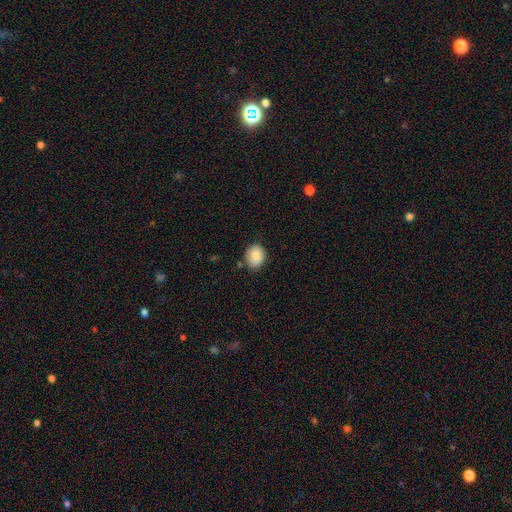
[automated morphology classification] Q: Smooth or featured?
A: smooth (86%); runner-up: star or artifact (8%)
Q: How rounded?
A: round (55%); runner-up: in between (44%)
Q: Merging?
A: none (83%); runner-up: minor disturbance (12%)